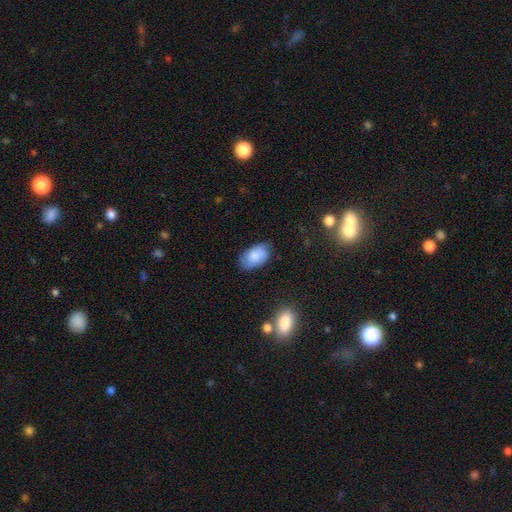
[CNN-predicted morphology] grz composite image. It shows a smooth galaxy with no disk features (73%) that is in between round and cigar-shaped (93%). Merging: none (72%).